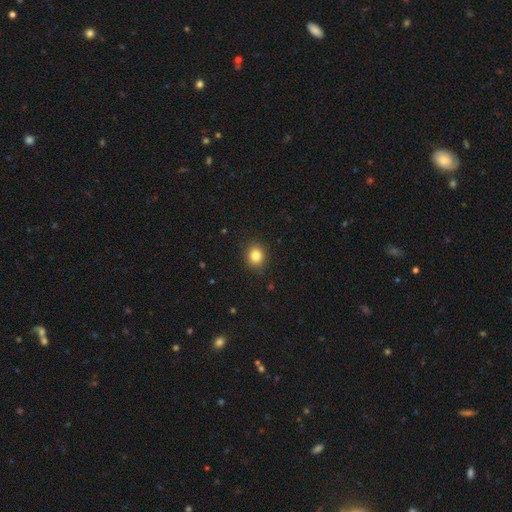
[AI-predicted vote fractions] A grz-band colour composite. It shows a smooth galaxy with no disk features (84%) that is round (70%). Merging: none (89%).